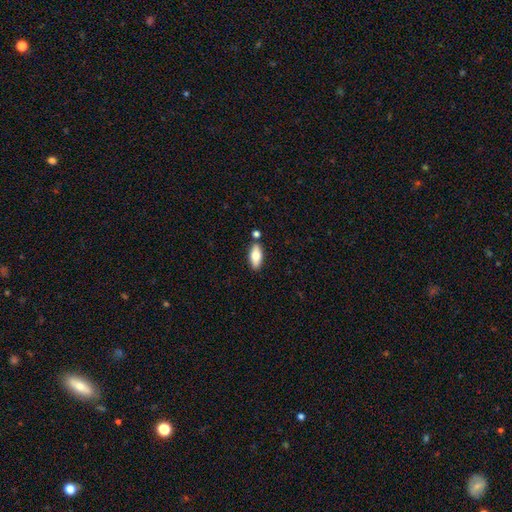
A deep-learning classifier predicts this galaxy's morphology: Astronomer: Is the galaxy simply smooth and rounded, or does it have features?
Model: smooth — 76%.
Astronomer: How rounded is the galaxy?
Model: in between — 83%.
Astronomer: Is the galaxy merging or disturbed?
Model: none — 81%.